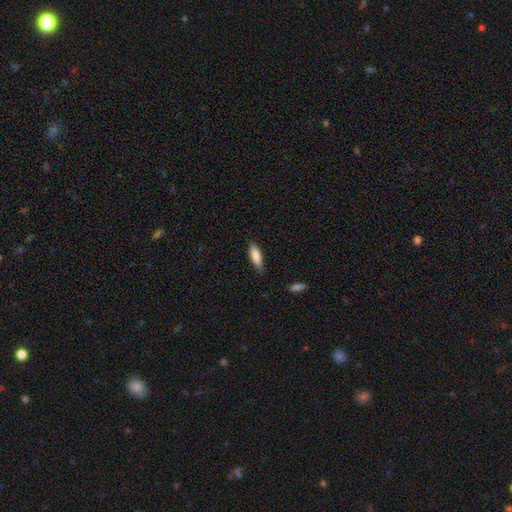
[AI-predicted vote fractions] Smooth or featured: smooth — 83% (featured or disk — 11%)
How rounded: cigar-shaped — 50% (in between — 48%)
Merging: none — 81% (minor disturbance — 16%)